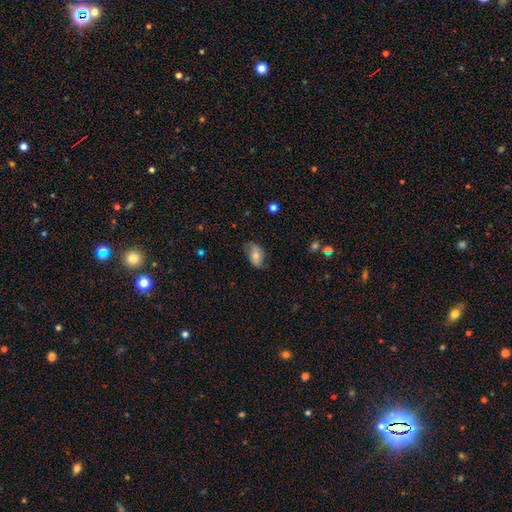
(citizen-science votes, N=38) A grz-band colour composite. It shows a smooth galaxy with no disk features (55%) that is in between round and cigar-shaped (67%). Merging: none (54%).